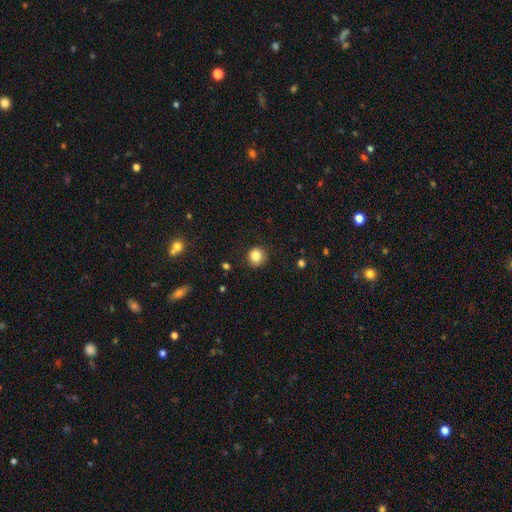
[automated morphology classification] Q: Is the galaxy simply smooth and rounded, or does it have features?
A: smooth — 85%.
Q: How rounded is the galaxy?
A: round — 87%.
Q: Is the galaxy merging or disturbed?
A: none — 88%.